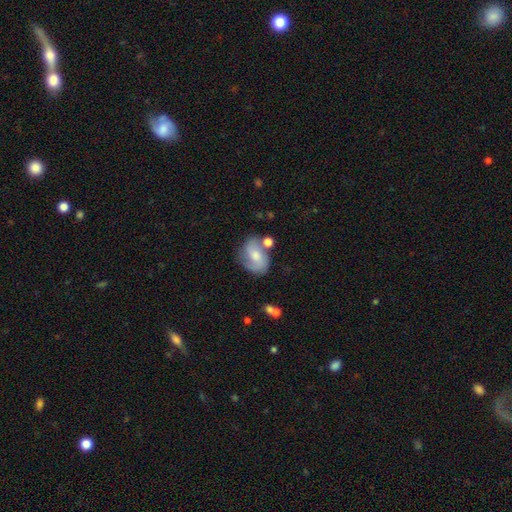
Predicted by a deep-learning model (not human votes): A featured or disk galaxy (57%) with no bar (52%), spiral arms (85%) and a moderate central bulge (51%). Merging: none (56%).